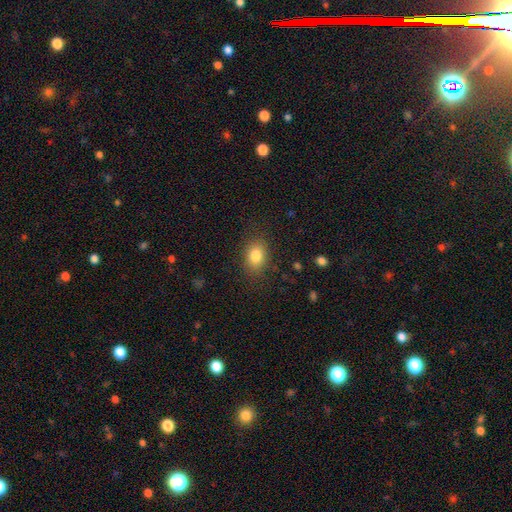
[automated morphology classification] This is clearly a smooth galaxy (83%). How rounded: likely in between (72%). Merging: clearly none (84%).